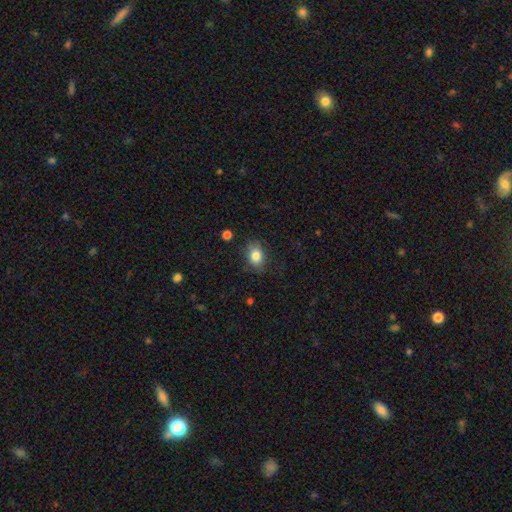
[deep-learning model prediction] Overall: smooth (83%). How rounded: in between (70%). Merging: none (77%).